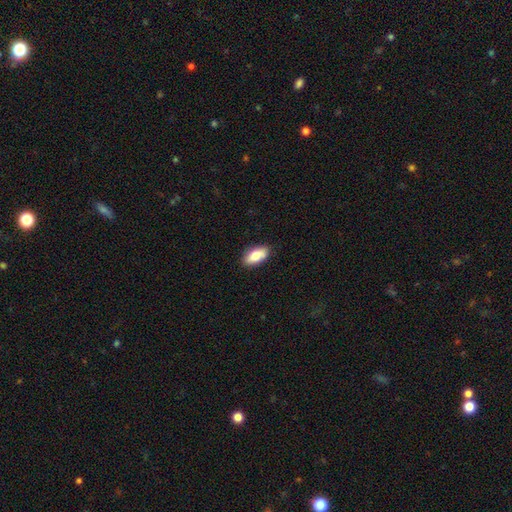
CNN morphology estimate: Smooth or featured?
  - smooth: 76% *
  - featured or disk: 17%
  - star or artifact: 7%
How rounded?
  - in between: 90% *
  - cigar-shaped: 7%
  - round: 4%
Merging?
  - none: 87% *
  - minor disturbance: 10%
  - major disturbance: 2%
  - merger: 1%